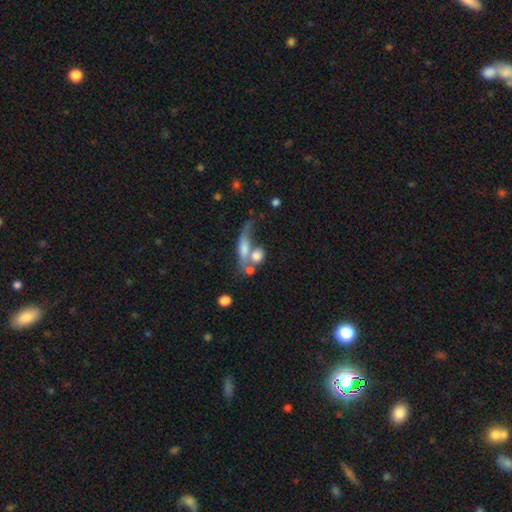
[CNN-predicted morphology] Smooth or featured? smooth (63%)
How rounded? in between (46%)
Merging? merger (47%)